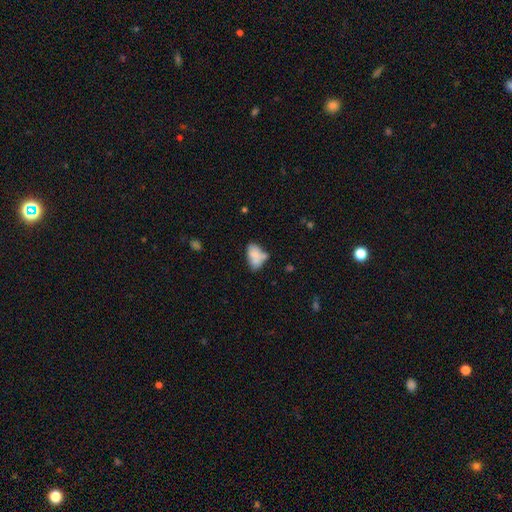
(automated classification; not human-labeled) Smooth or featured? Predicted: smooth (p=0.71). How rounded? Predicted: in between (p=0.87). Merging? Predicted: none (p=0.35).